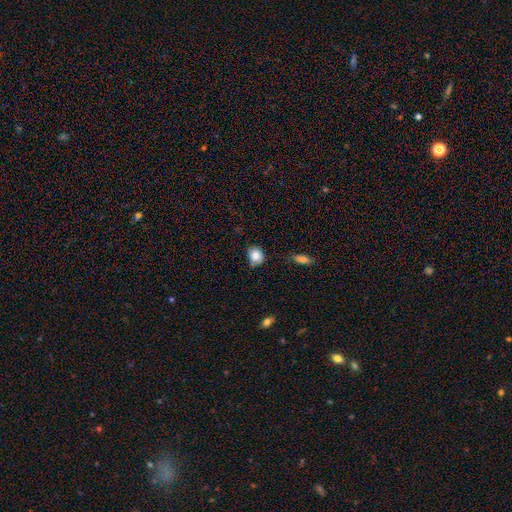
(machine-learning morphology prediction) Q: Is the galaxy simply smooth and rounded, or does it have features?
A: smooth — 84%.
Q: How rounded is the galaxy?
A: round — 68%.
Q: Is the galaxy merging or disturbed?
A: none — 63%.